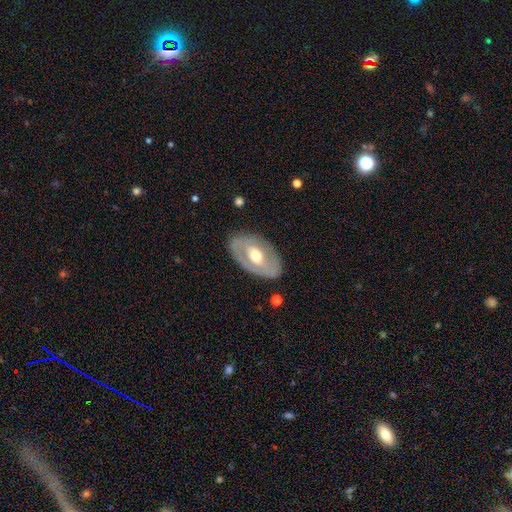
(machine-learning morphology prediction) Smooth or featured? featured or disk (60%)
Edge-on disk? no (89%)
Bar? no (57%)
Spiral arms? no (72%)
Bulge size? moderate (72%)
Merging? none (79%)